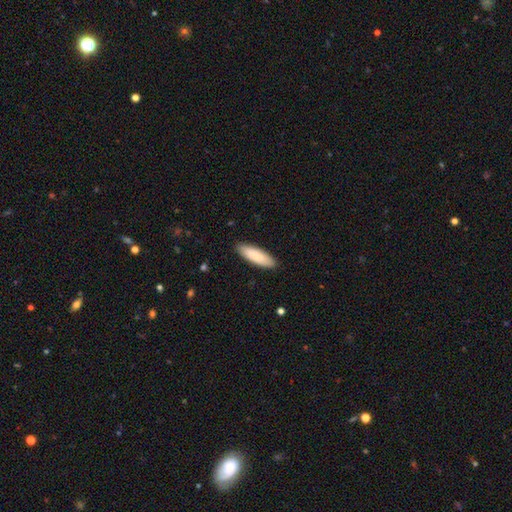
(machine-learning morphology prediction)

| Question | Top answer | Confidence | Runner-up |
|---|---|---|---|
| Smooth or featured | smooth | 87% | featured or disk (8%) |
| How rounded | cigar-shaped | 52% | in between (46%) |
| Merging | none | 90% | minor disturbance (8%) |